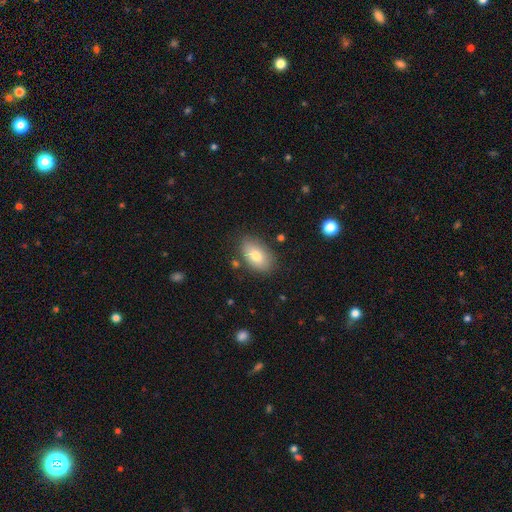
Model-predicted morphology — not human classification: type=smooth (78%); roundness=in between (92%); merging=none (80%).